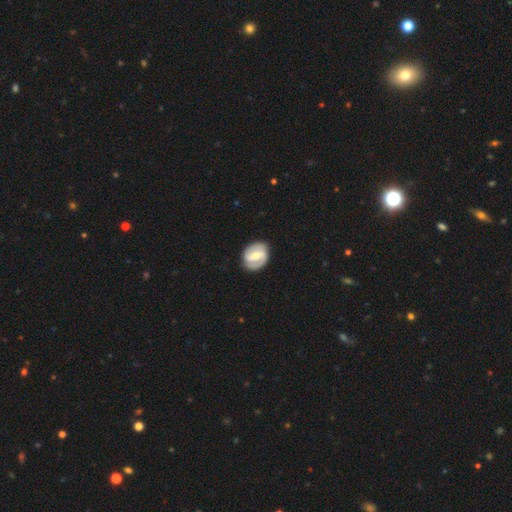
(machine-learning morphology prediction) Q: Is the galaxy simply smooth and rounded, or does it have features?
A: featured or disk — 71%.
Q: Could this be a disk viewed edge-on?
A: no — 97%.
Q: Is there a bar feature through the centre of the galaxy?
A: strong — 45%.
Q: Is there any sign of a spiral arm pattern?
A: yes — 83%.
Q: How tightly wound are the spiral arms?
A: medium — 41%.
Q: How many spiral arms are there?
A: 2 — 86%.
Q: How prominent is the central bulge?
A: moderate — 57%.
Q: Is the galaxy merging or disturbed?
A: none — 83%.